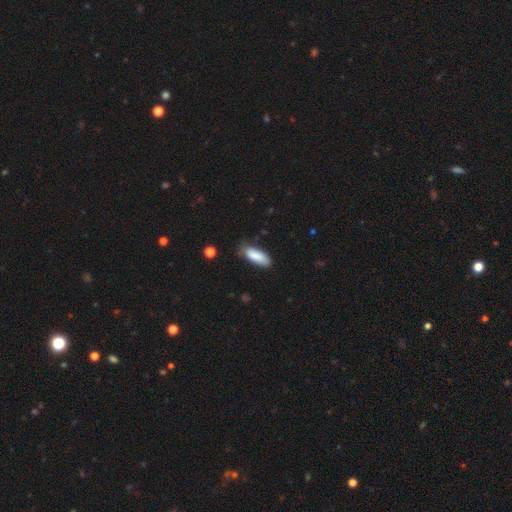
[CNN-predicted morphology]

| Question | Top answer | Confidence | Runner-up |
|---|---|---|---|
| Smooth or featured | smooth | 86% | featured or disk (8%) |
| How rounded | in between | 77% | cigar-shaped (22%) |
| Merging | none | 63% | minor disturbance (29%) |